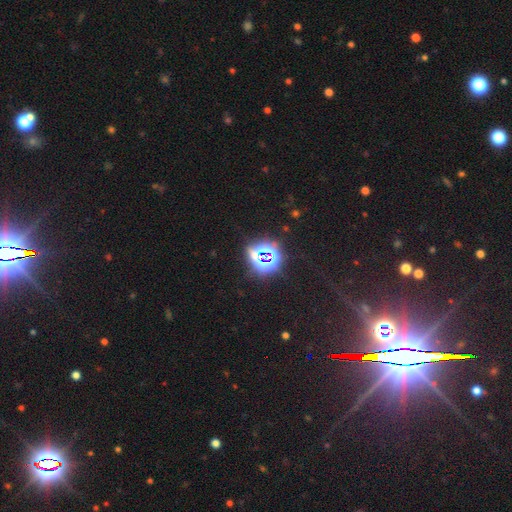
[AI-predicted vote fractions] Overall: star or artifact (76%).